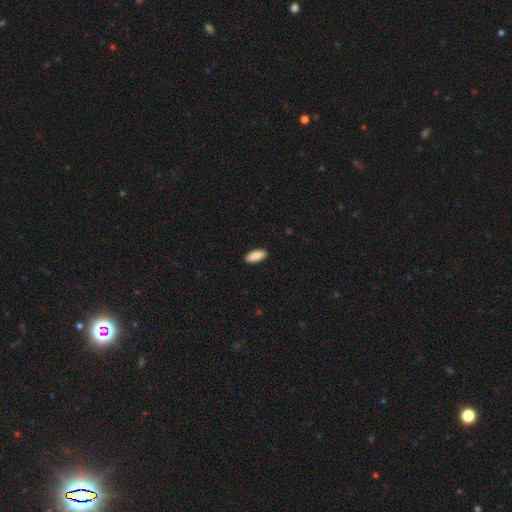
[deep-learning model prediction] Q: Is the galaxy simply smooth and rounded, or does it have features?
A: smooth — 89%.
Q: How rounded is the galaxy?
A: in between — 87%.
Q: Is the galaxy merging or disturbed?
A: none — 90%.